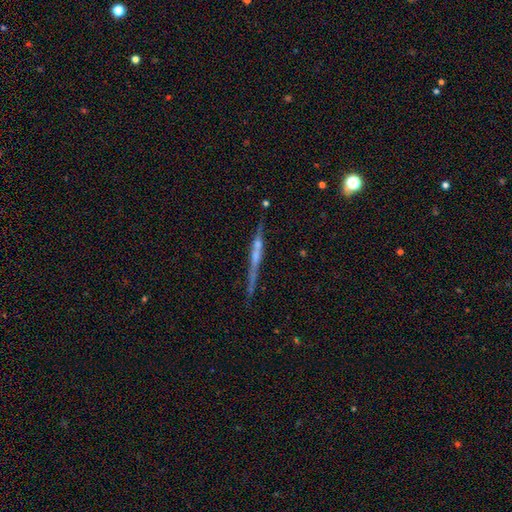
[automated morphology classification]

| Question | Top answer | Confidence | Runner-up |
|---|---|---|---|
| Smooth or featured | featured or disk | 65% | smooth (23%) |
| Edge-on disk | yes | 95% | no (5%) |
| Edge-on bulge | none | 47% | rounded (44%) |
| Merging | none | 80% | minor disturbance (12%) |